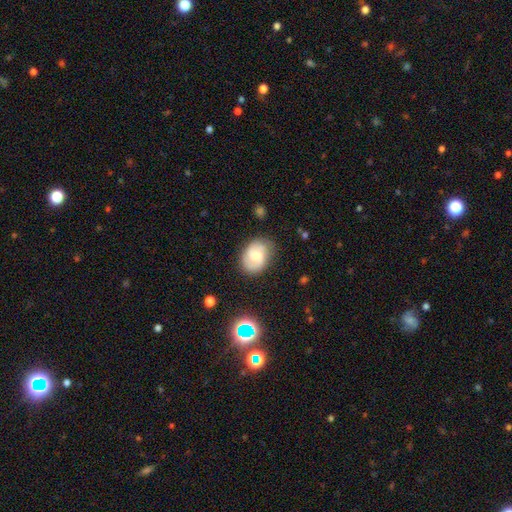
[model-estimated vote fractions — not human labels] Morphology: type=featured or disk (58%); edge-on=no (97%); bar=no (55%); spiral arms=yes (90%); winding=medium (46%); arm count=2 (78%); bulge=moderate (49%); merging=none (76%).